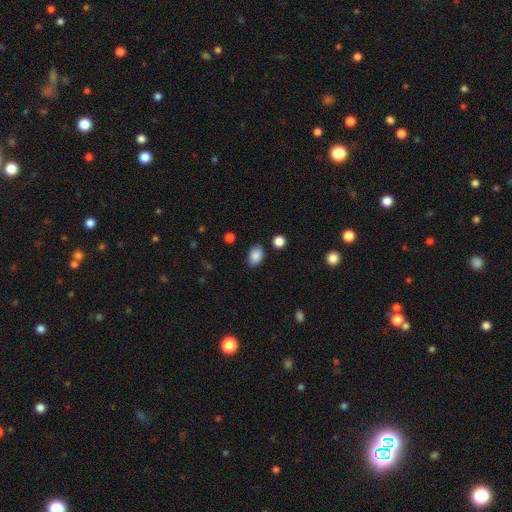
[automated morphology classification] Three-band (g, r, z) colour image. It shows a smooth galaxy with no disk features (87%) that is in between round and cigar-shaped (80%). Merging: none (82%).